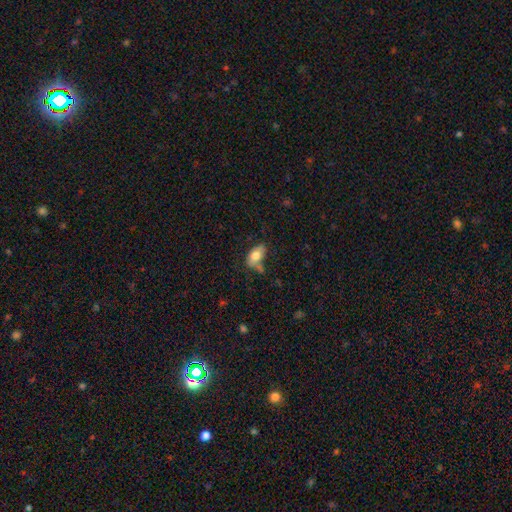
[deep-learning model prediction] Smooth or featured: smooth — 74% (featured or disk — 19%)
How rounded: in between — 90% (round — 7%)
Merging: none — 42% (minor disturbance — 29%)